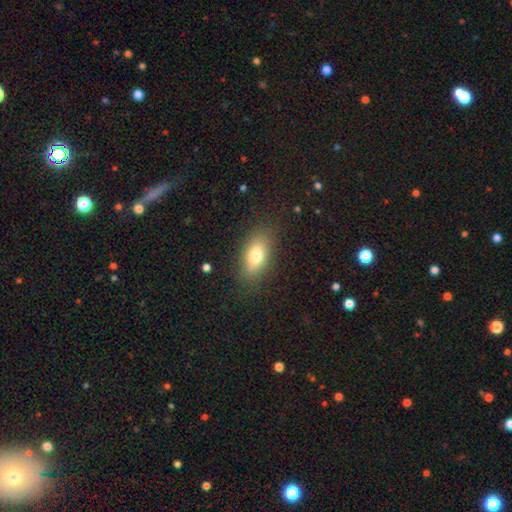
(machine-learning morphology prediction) A smooth galaxy with no disk features (74%) that is in between round and cigar-shaped (84%). Merging: none (83%).